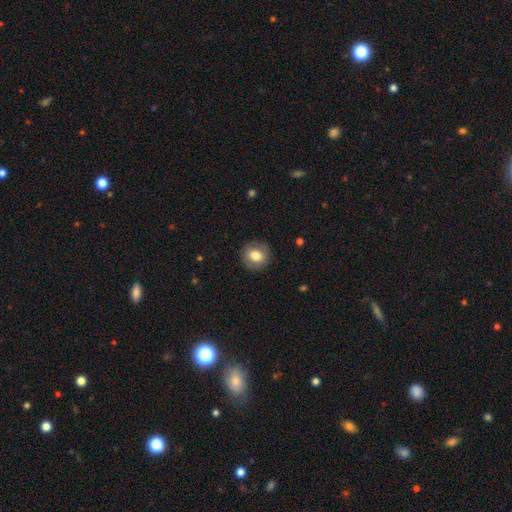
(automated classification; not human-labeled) Smooth or featured?
  - smooth: 76% *
  - featured or disk: 16%
  - star or artifact: 8%
How rounded?
  - round: 86% *
  - in between: 13%
  - cigar-shaped: 1%
Merging?
  - none: 87% *
  - minor disturbance: 9%
  - major disturbance: 3%
  - merger: 1%